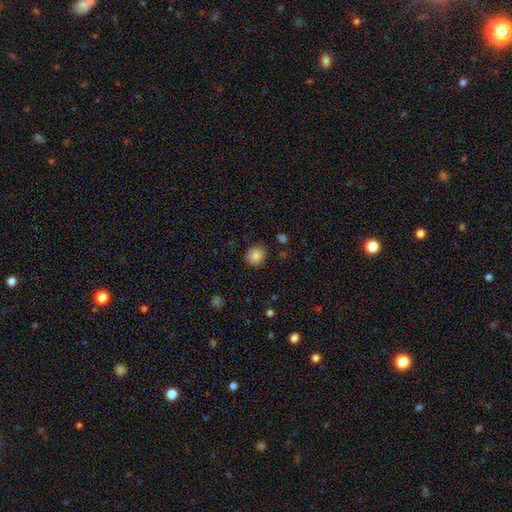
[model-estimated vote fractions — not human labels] This is clearly a smooth galaxy (86%). How rounded: likely round (77%). Merging: clearly none (83%).